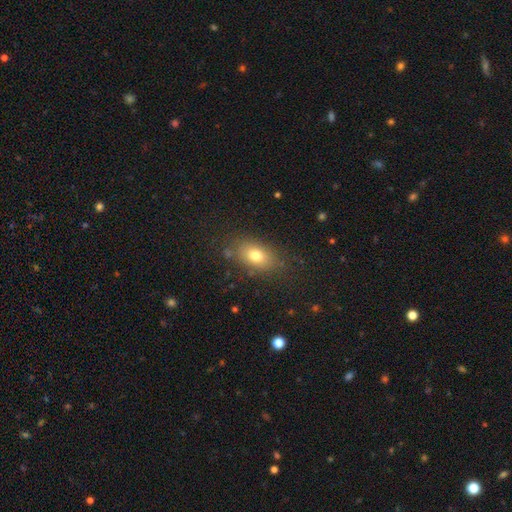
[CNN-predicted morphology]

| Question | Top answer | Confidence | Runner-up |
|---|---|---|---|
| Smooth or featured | smooth | 76% | featured or disk (14%) |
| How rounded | in between | 83% | round (15%) |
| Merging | none | 80% | minor disturbance (13%) |